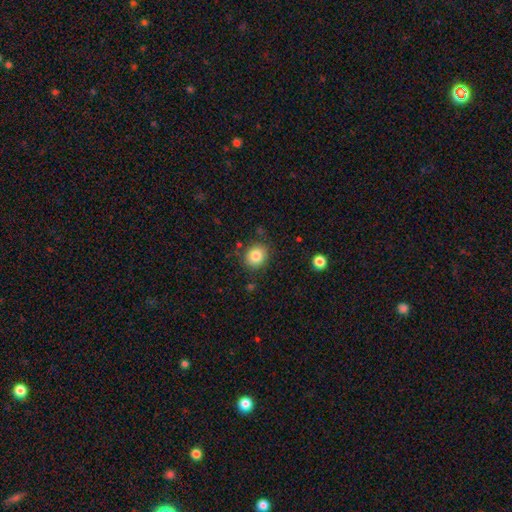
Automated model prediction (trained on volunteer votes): smooth-or-featured: smooth: 83% | star or artifact: 10% | featured or disk: 7%
  how-rounded: round: 77% | in between: 22% | cigar-shaped: 1%
  merging: none: 84% | minor disturbance: 10% | major disturbance: 3% | merger: 3%